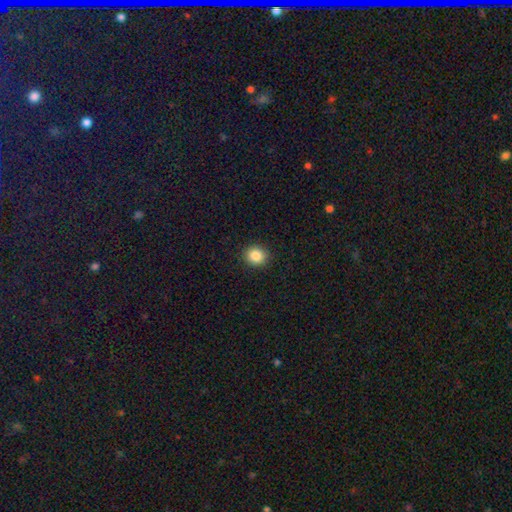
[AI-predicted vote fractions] smooth_or_featured: smooth (p=0.86) [alt: star or artifact p=0.10]
how_rounded: round (p=0.81) [alt: in between p=0.18]
merging: none (p=0.92) [alt: minor disturbance p=0.05]